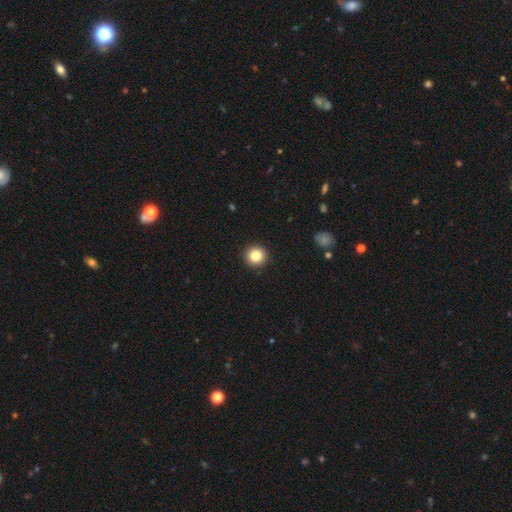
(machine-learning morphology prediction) A smooth galaxy with no disk features (85%) that is round (95%). Merging: none (93%).